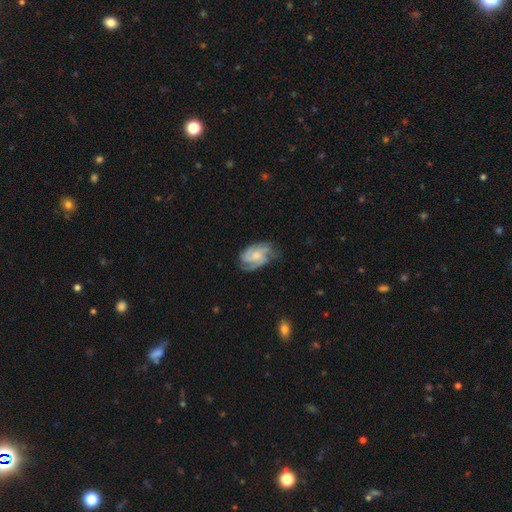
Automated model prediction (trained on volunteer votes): Smooth or featured? Predicted: featured or disk (p=0.79). Edge-on disk? Predicted: no (p=0.97). Bar? Predicted: no (p=0.67). Spiral arms? Predicted: yes (p=0.95). Spiral winding? Predicted: medium (p=0.44). Spiral arm count? Predicted: 3 (p=0.41). Bulge size? Predicted: moderate (p=0.46). Merging? Predicted: none (p=0.68).